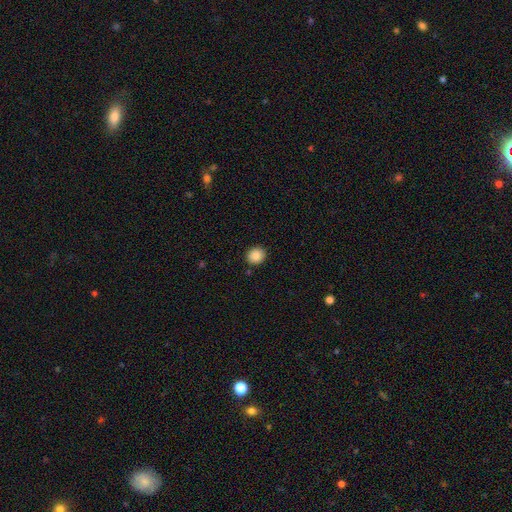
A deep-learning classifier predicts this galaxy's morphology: smooth_or_featured: smooth (p=0.87) [alt: star or artifact p=0.09]
how_rounded: round (p=0.83) [alt: in between p=0.16]
merging: none (p=0.90) [alt: minor disturbance p=0.07]